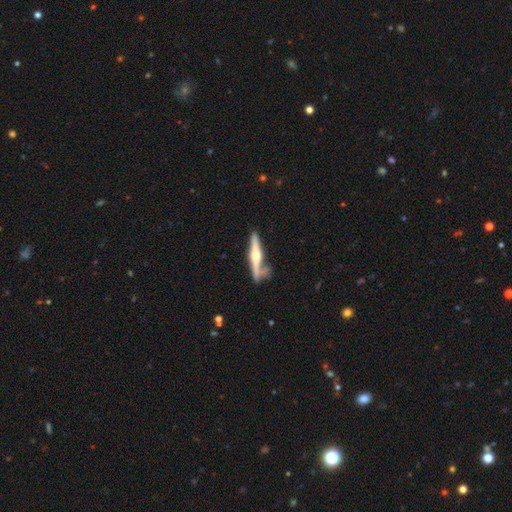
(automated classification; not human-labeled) A featured or disk galaxy (68%) viewed edge-on (97%) with a rounded central bulge (89%). Merging: none (68%).